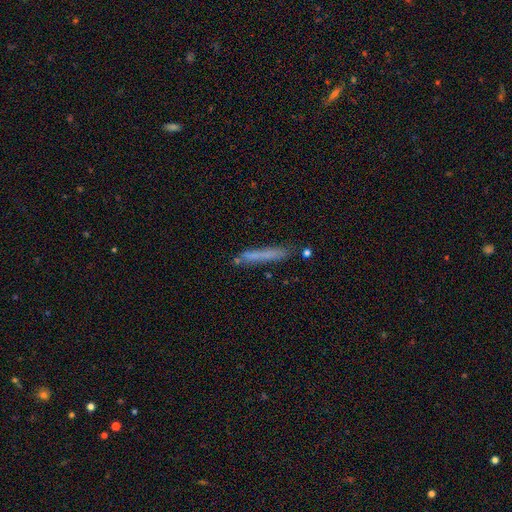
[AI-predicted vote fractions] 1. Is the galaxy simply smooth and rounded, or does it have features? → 67% smooth, 25% featured or disk, 8% star or artifact.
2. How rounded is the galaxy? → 94% cigar-shaped, 4% in between, 1% round.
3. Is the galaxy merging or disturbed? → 73% none, 17% minor disturbance, 6% merger, 5% major disturbance.